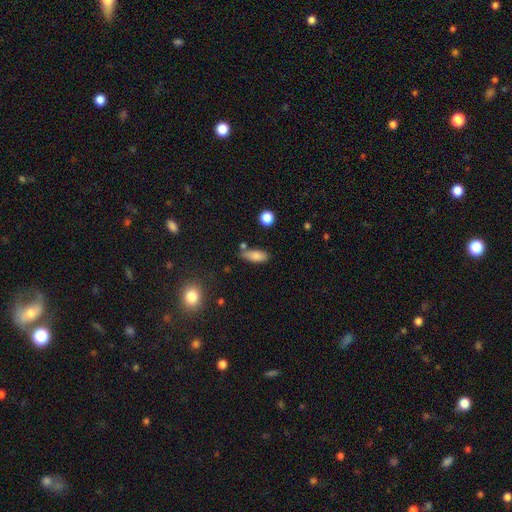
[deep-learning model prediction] A smooth galaxy with no disk features (81%) that is in between round and cigar-shaped (77%). Merging: none (63%).